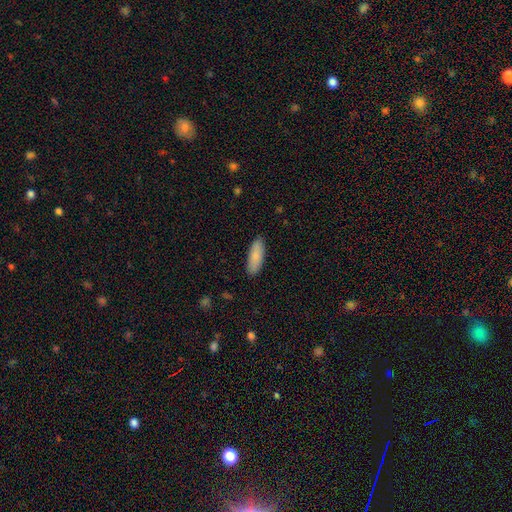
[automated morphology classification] A smooth galaxy with no disk features (86%) that is in between round and cigar-shaped (61%).

Vote fractions:
- Smooth or featured? smooth: 86% / featured or disk: 8% / star or artifact: 6%
- How rounded? in between: 61% / cigar-shaped: 38% / round: 2%
- Merging? none: 89% / minor disturbance: 8% / major disturbance: 2% / merger: 1%